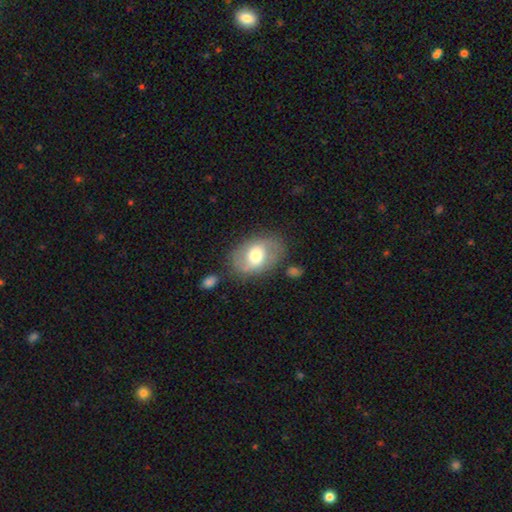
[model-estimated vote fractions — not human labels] Smooth or featured: featured or disk — 47% (smooth — 46%)
Merging: none — 71% (minor disturbance — 18%)